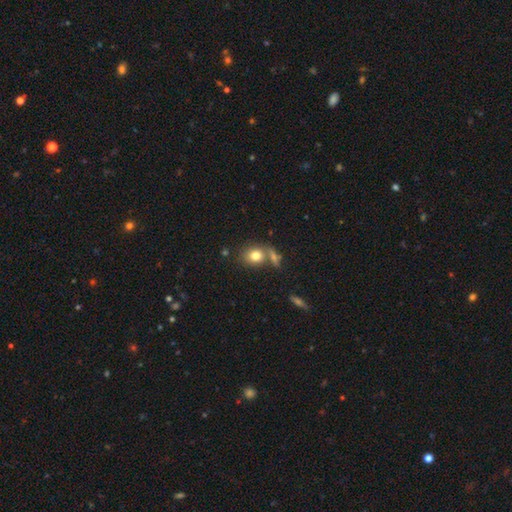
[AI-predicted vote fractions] smooth 79%, featured or disk 11%, star or artifact 10%. Down the decision tree: how rounded — round (52%); merging — none (55%).